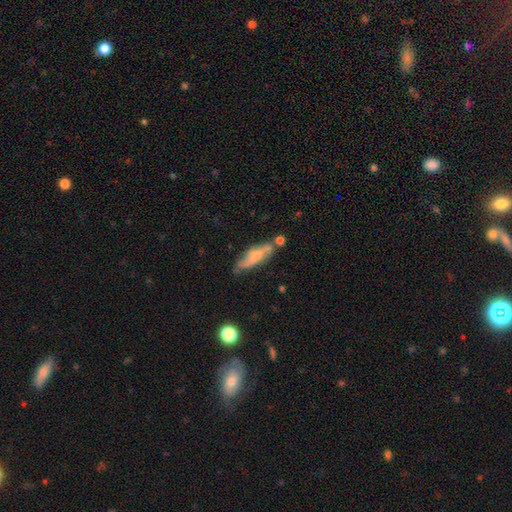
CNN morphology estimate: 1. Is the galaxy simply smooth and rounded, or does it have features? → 47% smooth, 46% featured or disk, 7% star or artifact.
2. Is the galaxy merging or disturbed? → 53% none, 26% minor disturbance, 14% merger, 8% major disturbance.